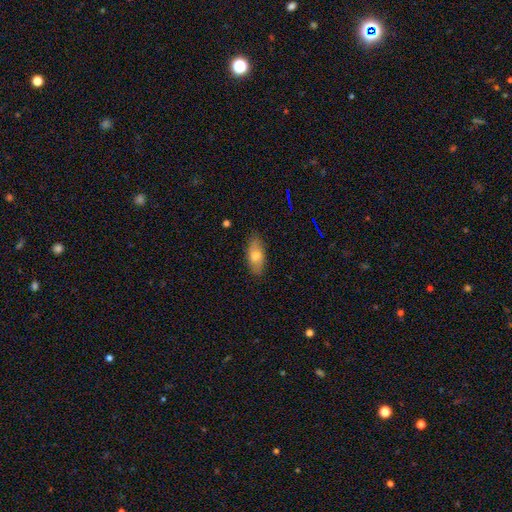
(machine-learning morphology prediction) smooth_or_featured: smooth (p=0.74) [alt: featured or disk p=0.19]
how_rounded: in between (p=0.85) [alt: cigar-shaped p=0.12]
merging: none (p=0.83) [alt: minor disturbance p=0.13]